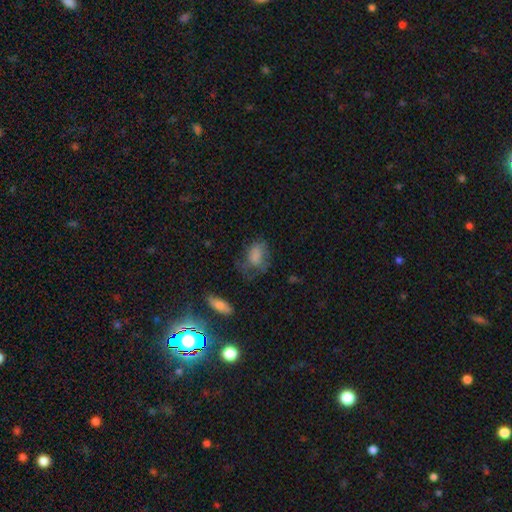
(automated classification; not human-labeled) Smooth or featured? Predicted: smooth (p=0.72). How rounded? Predicted: in between (p=0.75). Merging? Predicted: none (p=0.40).